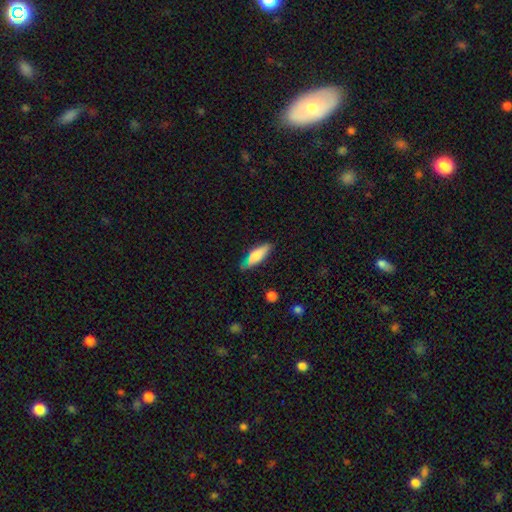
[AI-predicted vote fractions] Overall: smooth (75%). How rounded: in between (57%; cigar-shaped 41%). Merging: none (73%).